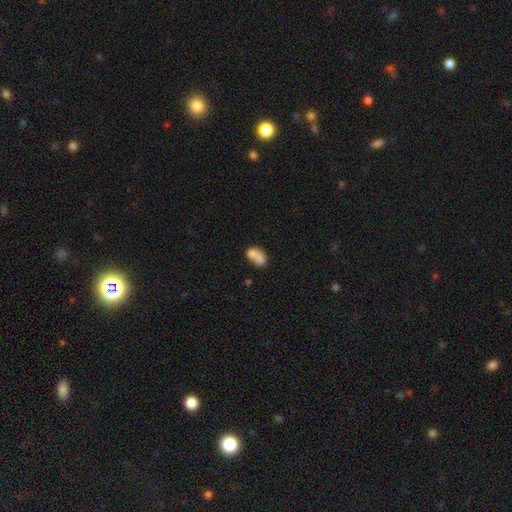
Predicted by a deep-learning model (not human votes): smooth-or-featured: smooth: 74% | featured or disk: 17% | star or artifact: 9%
  how-rounded: in between: 81% | round: 16% | cigar-shaped: 3%
  merging: merger: 54% | none: 28% | minor disturbance: 12% | major disturbance: 6%